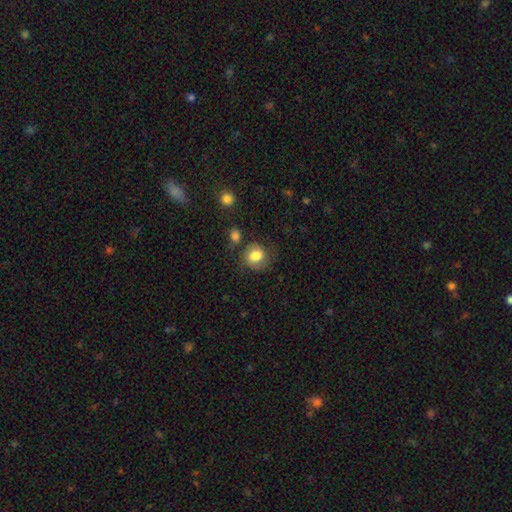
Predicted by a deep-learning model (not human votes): Overall: smooth (73%). How rounded: round (70%). Merging: none (65%).